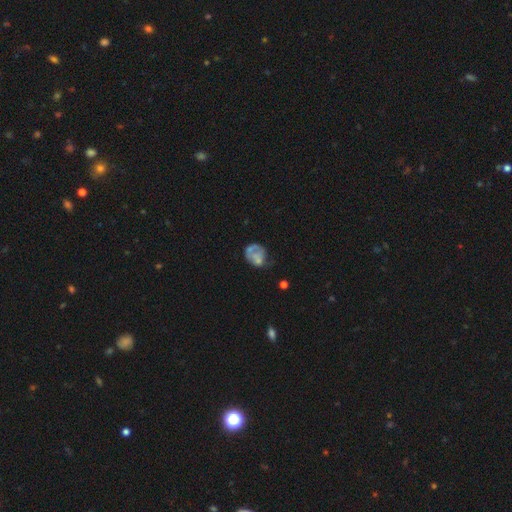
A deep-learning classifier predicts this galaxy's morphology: The model was most divided on "merging": none: 33%, major disturbance: 30%, minor disturbance: 28%, merger: 9%. Remaining: smooth or featured — smooth (48%).